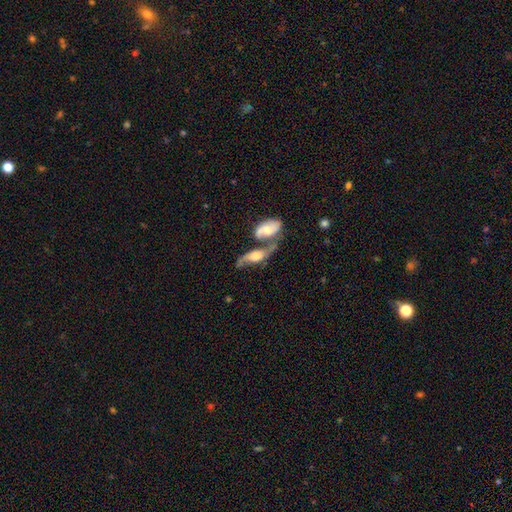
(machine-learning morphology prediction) Smooth or featured?
  - featured or disk: 65% *
  - smooth: 28%
  - star or artifact: 7%
Edge-on disk?
  - no: 77% *
  - yes: 23%
Bar?
  - no: 62% *
  - weak: 30%
  - strong: 9%
Spiral arms?
  - yes: 81% *
  - no: 19%
Bulge size?
  - moderate: 46% *
  - large: 30%
  - small: 15%
  - none: 5%
  - dominant: 4%
Merging?
  - merger: 62% *
  - none: 19%
  - minor disturbance: 9%
  - major disturbance: 9%